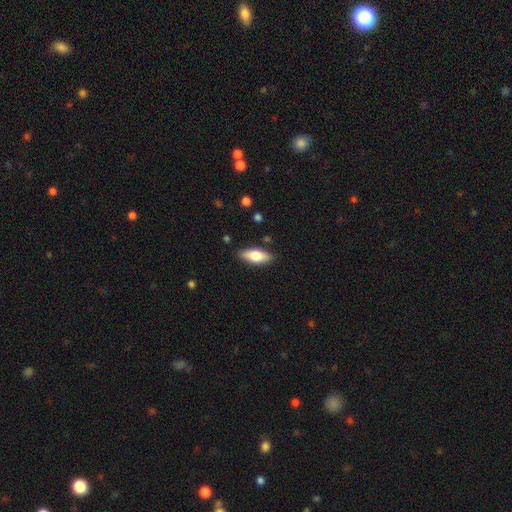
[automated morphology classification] A smooth galaxy with no disk features (69%) that is in between round and cigar-shaped (73%). Merging: none (86%).